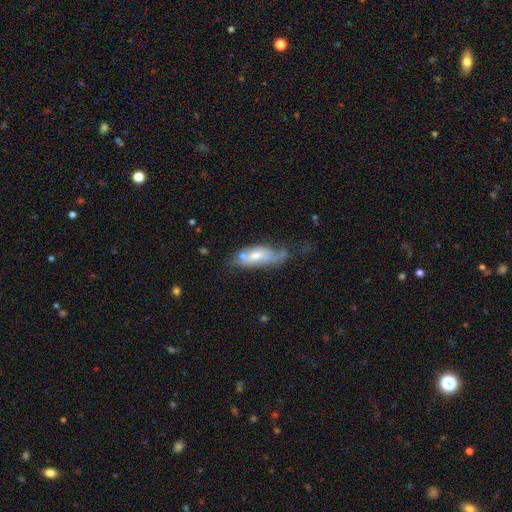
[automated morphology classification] This appears to be a smooth galaxy with no disk features (54%) that is in between round and cigar-shaped (77%). Merging: none (29%).